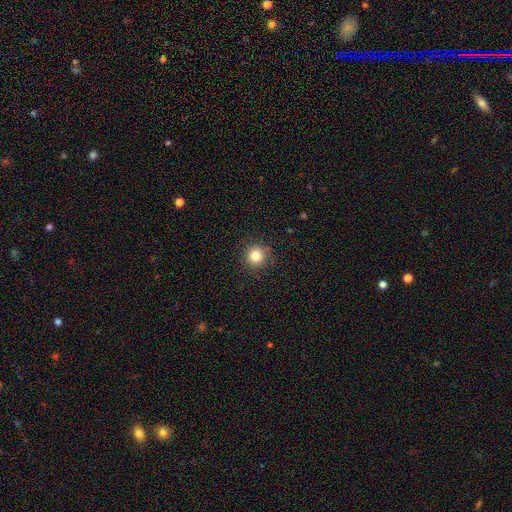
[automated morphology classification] This appears to be a smooth galaxy with no disk features (82%) that is round (95%). Merging: none (90%).